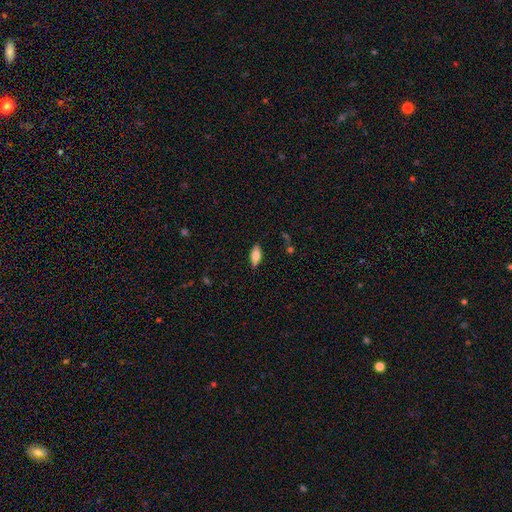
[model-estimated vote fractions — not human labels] A smooth galaxy with no disk features (76%) that is in between round and cigar-shaped (81%).

Vote fractions:
- Smooth or featured? smooth: 76% / featured or disk: 17% / star or artifact: 7%
- How rounded? in between: 81% / cigar-shaped: 16% / round: 2%
- Merging? none: 86% / minor disturbance: 11% / major disturbance: 2% / merger: 1%